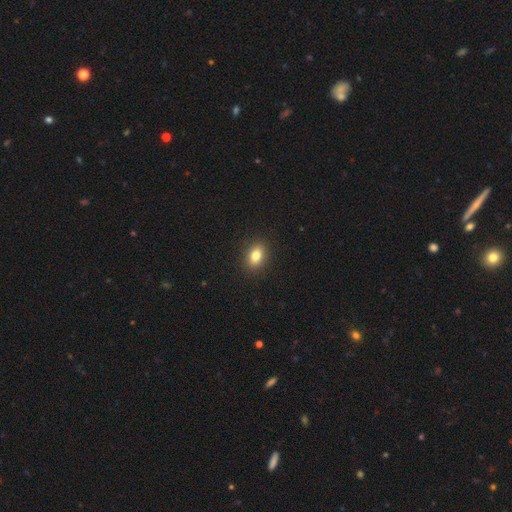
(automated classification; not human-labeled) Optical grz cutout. It shows a smooth galaxy with no disk features (81%) that is in between round and cigar-shaped (73%). Merging: none (90%).